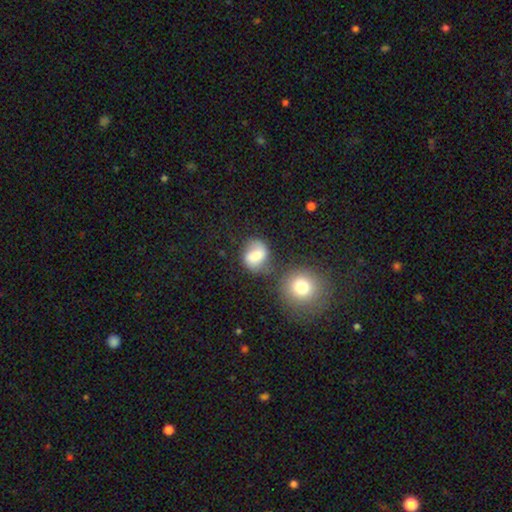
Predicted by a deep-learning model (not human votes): This is likely a smooth galaxy (63%). How rounded: possibly round (52%). Merging: possibly none (50%).